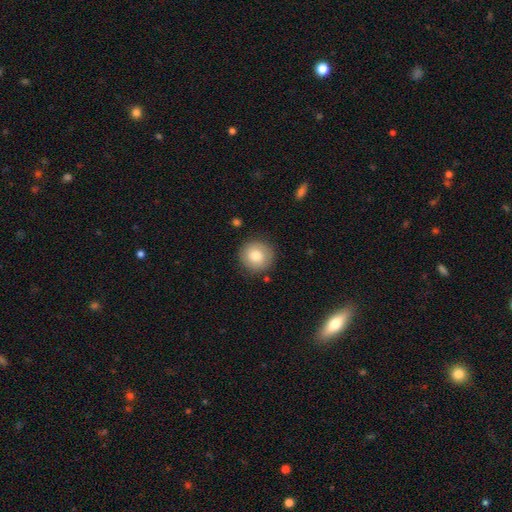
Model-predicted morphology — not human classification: A smooth galaxy with no disk features (77%) that is round (93%).

Vote fractions:
- Smooth or featured? smooth: 77% / featured or disk: 14% / star or artifact: 8%
- How rounded? round: 93% / in between: 6% / cigar-shaped: 1%
- Merging? none: 87% / minor disturbance: 9% / major disturbance: 2% / merger: 2%